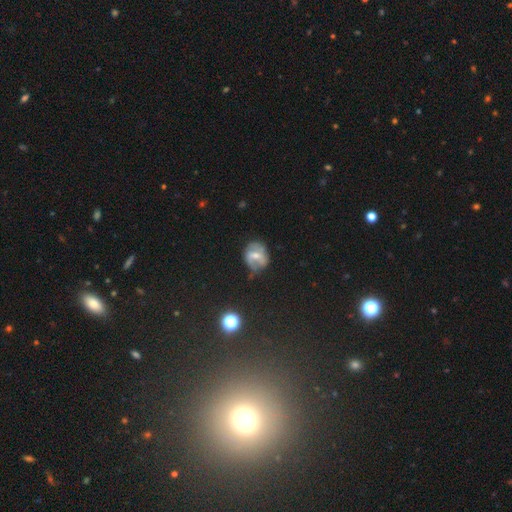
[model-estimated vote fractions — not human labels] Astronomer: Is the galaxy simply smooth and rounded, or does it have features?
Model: featured or disk — 58%.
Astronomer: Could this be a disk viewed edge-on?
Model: no — 96%.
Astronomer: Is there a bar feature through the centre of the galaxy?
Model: weak — 45% (runner-up: strong, 32%).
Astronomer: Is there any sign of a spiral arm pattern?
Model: yes — 67%.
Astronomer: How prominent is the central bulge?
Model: moderate — 51% (runner-up: small, 41%).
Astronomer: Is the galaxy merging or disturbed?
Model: none — 58%.